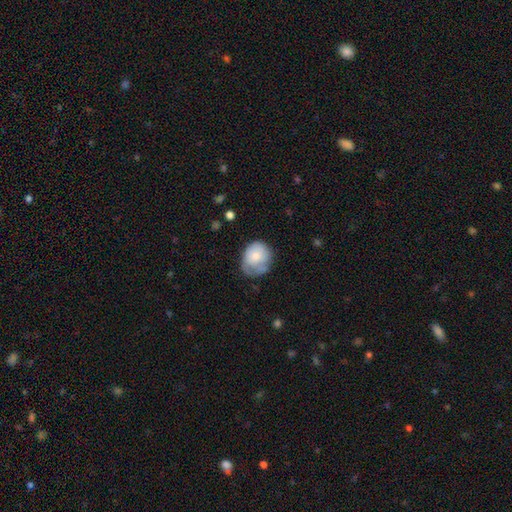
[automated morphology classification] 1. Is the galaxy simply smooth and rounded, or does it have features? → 65% smooth, 28% featured or disk, 7% star or artifact.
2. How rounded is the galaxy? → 61% round, 39% in between, 1% cigar-shaped.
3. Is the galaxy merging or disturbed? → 43% none, 36% minor disturbance, 19% major disturbance, 3% merger.